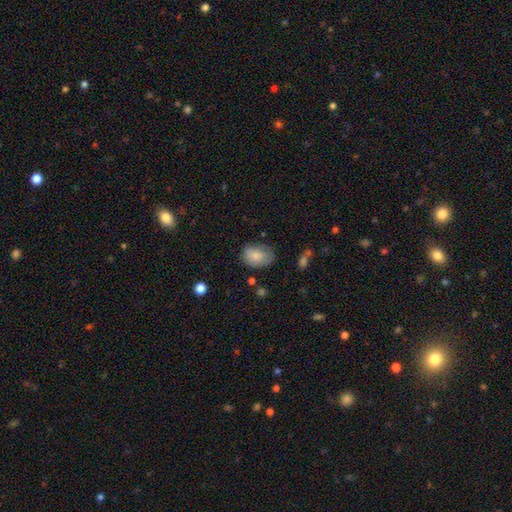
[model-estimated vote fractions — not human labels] Morphology: type=smooth (81%); roundness=in between (75%); merging=none (63%).